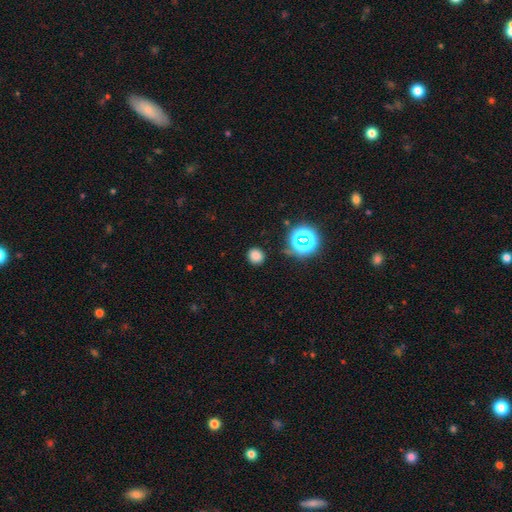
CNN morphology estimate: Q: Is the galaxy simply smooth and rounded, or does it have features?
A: smooth — 75%.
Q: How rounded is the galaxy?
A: round — 84%.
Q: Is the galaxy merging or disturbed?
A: none — 86%.